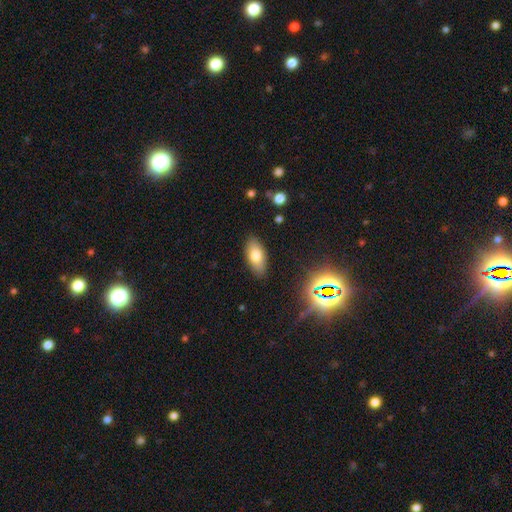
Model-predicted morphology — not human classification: Smooth or featured?
  - smooth: 75% *
  - featured or disk: 15%
  - star or artifact: 10%
How rounded?
  - in between: 89% *
  - cigar-shaped: 7%
  - round: 4%
Merging?
  - none: 86% *
  - minor disturbance: 10%
  - major disturbance: 2%
  - merger: 1%